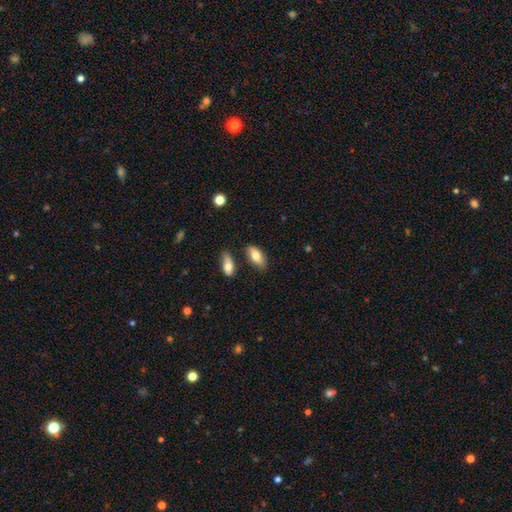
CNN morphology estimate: A smooth galaxy with no disk features (76%) that is in between round and cigar-shaped (87%).

Vote fractions:
- Smooth or featured? smooth: 76% / featured or disk: 18% / star or artifact: 6%
- How rounded? in between: 87% / cigar-shaped: 10% / round: 3%
- Merging? none: 75% / minor disturbance: 13% / merger: 8% / major disturbance: 3%